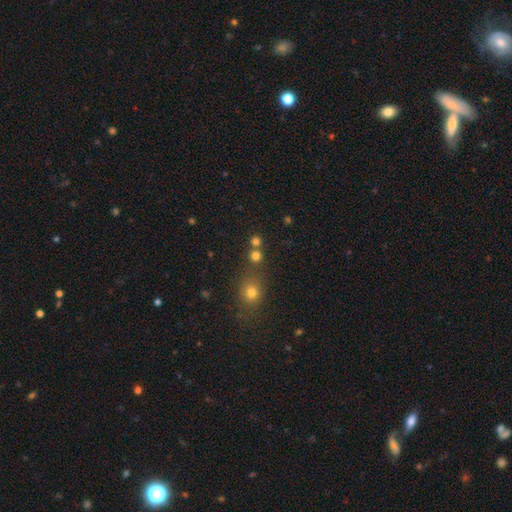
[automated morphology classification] Overall: smooth (74%). How rounded: round (90%). Merging: none (65%; merger 26%).